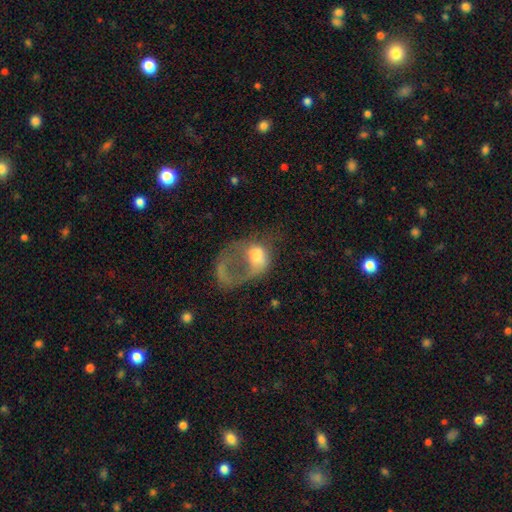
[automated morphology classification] A smooth galaxy with no disk features (46%).

Vote fractions:
- Smooth or featured? smooth: 46% / featured or disk: 45% / star or artifact: 10%
- Merging? major disturbance: 71% / none: 12% / minor disturbance: 11% / merger: 6%